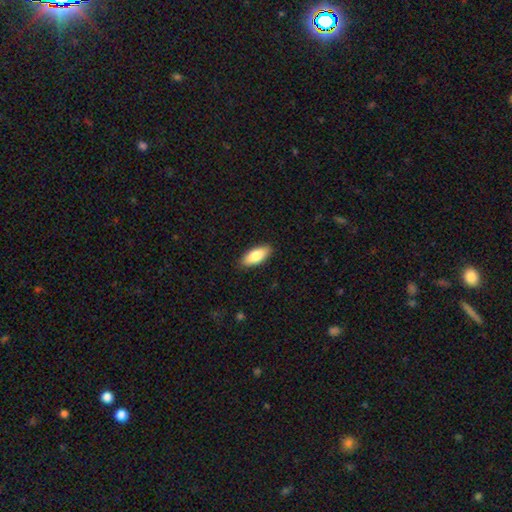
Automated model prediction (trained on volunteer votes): A smooth galaxy with no disk features (83%) that is in between round and cigar-shaped (83%). Merging: none (89%).